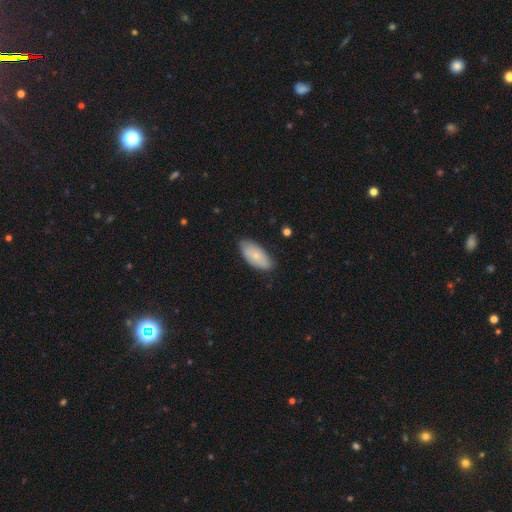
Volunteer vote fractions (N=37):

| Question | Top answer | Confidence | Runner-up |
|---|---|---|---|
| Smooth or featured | smooth | 70% | featured or disk (27%) |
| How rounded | in between | 92% | round (4%) |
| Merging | none | 69% | minor disturbance (25%) |